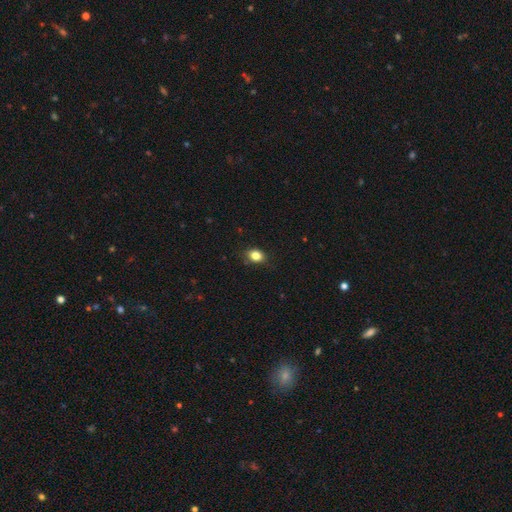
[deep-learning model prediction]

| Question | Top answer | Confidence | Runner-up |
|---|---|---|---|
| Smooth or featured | smooth | 83% | star or artifact (10%) |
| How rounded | in between | 60% | round (39%) |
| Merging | none | 81% | minor disturbance (15%) |